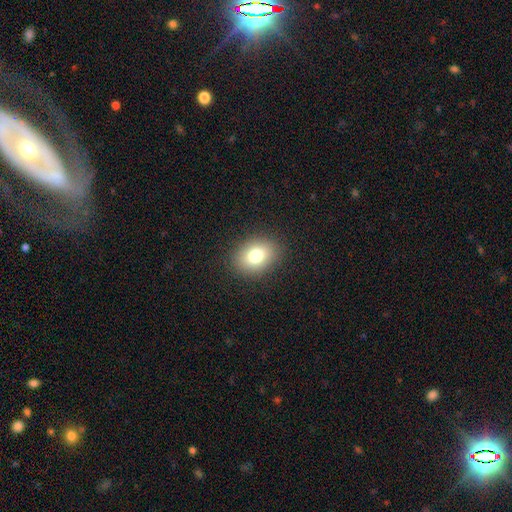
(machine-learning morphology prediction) This is likely a smooth galaxy (78%). How rounded: likely in between (63%). Merging: clearly none (88%).